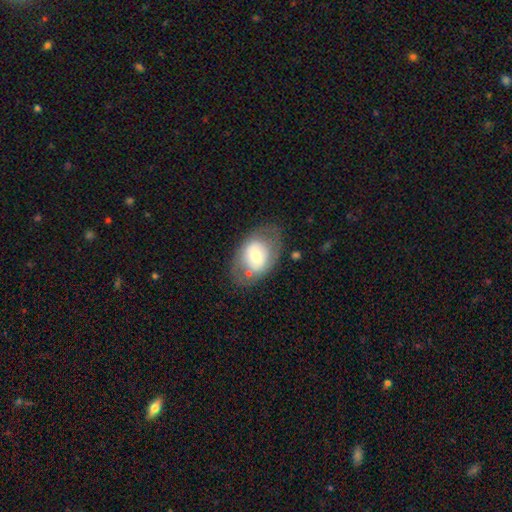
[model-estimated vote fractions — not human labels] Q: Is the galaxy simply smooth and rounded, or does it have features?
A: smooth — 52%.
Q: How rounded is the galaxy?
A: in between — 76%.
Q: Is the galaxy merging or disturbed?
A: none — 66%.